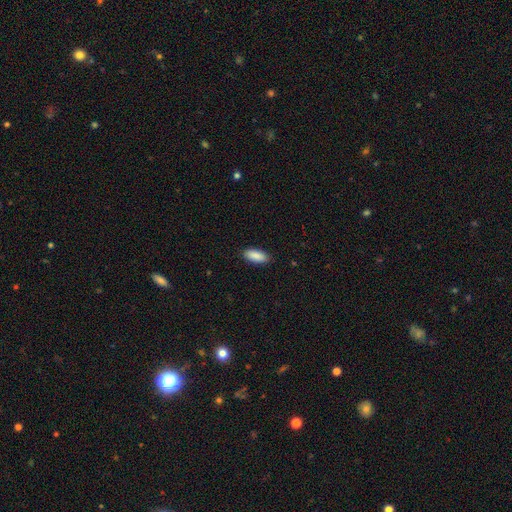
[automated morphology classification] Smooth or featured?
  - smooth: 90% *
  - star or artifact: 6%
  - featured or disk: 4%
How rounded?
  - in between: 84% *
  - cigar-shaped: 14%
  - round: 2%
Merging?
  - none: 89% *
  - minor disturbance: 8%
  - major disturbance: 2%
  - merger: 1%